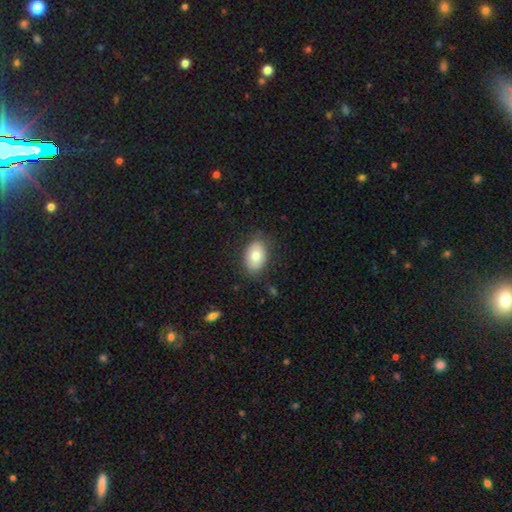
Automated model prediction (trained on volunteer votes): A smooth galaxy with no disk features (78%) that is in between round and cigar-shaped (86%).

Vote fractions:
- Smooth or featured? smooth: 78% / featured or disk: 14% / star or artifact: 7%
- How rounded? in between: 86% / round: 13% / cigar-shaped: 1%
- Merging? none: 80% / minor disturbance: 15% / major disturbance: 4% / merger: 1%